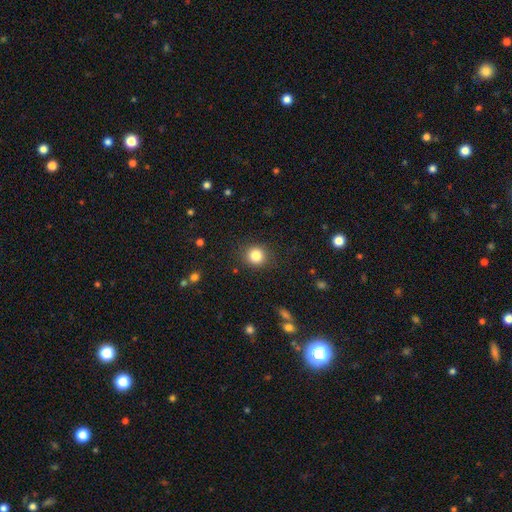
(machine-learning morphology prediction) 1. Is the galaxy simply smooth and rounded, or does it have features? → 83% smooth, 11% star or artifact, 5% featured or disk.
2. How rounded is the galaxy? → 90% round, 9% in between, 1% cigar-shaped.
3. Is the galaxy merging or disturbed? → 89% none, 7% minor disturbance, 3% major disturbance, 1% merger.